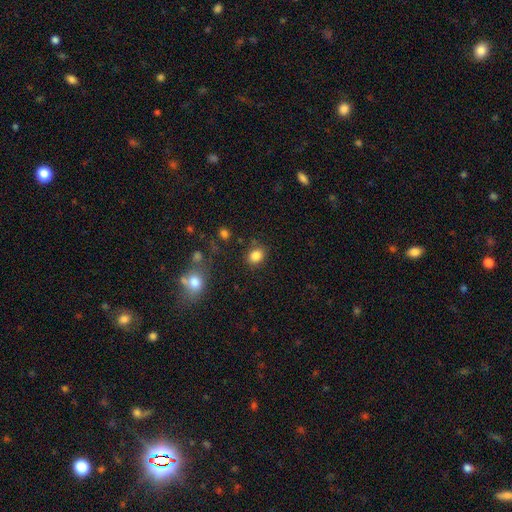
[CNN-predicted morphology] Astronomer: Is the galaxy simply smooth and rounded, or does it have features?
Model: smooth — 85%.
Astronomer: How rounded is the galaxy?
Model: round — 55% (runner-up: in between, 44%).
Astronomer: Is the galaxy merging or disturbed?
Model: none — 81%.